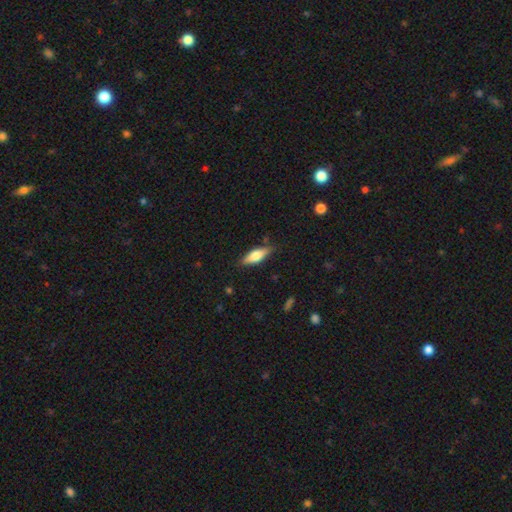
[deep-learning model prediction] Smooth or featured? smooth (61%)
How rounded? in between (61%)
Merging? none (81%)